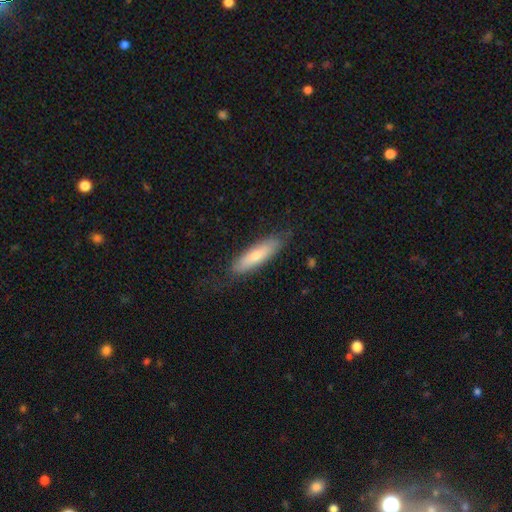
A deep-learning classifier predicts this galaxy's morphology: A smooth galaxy with no disk features (64%) that is cigar-shaped (64%). Merging: none (77%).